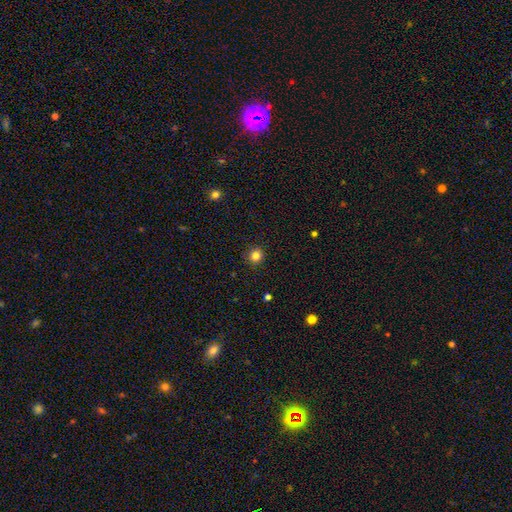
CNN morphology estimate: Smooth or featured: smooth — 83% (star or artifact — 13%)
How rounded: round — 93% (in between — 6%)
Merging: none — 91% (minor disturbance — 6%)